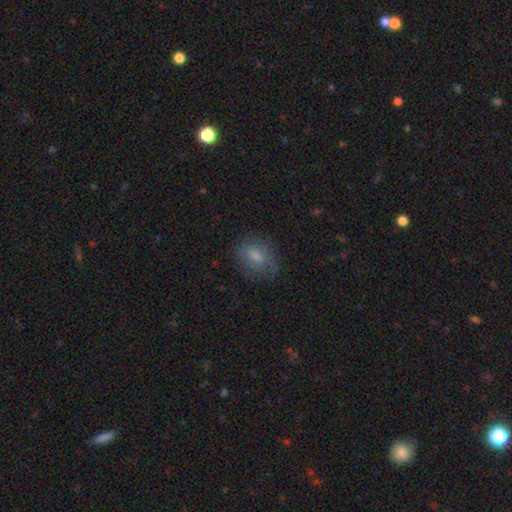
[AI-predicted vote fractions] smooth 66%, featured or disk 25%, star or artifact 10%. Down the decision tree: how rounded — in between (66%); merging — none (62%).